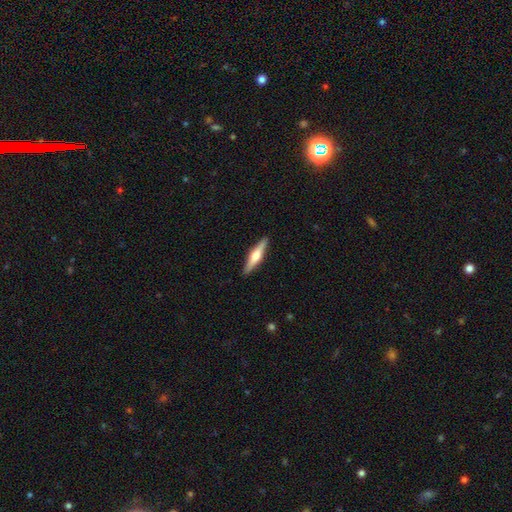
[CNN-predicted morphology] Q: Smooth or featured?
A: featured or disk (61%); runner-up: smooth (34%)
Q: Edge-on disk?
A: yes (97%); runner-up: no (3%)
Q: Edge-on bulge?
A: rounded (92%); runner-up: boxy (5%)
Q: Merging?
A: none (91%); runner-up: minor disturbance (6%)